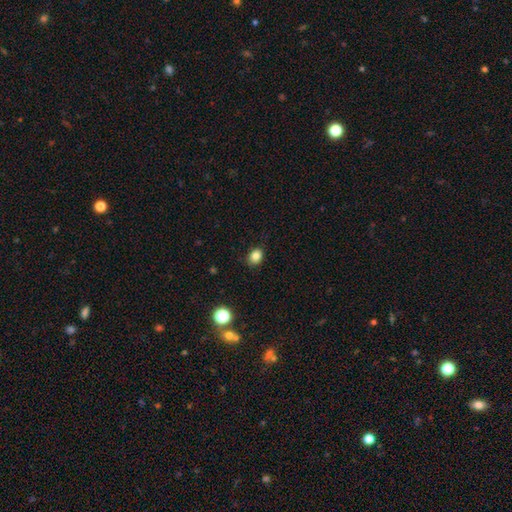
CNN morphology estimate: This is clearly a smooth galaxy (84%). How rounded: possibly in between (51%). Merging: clearly none (86%).